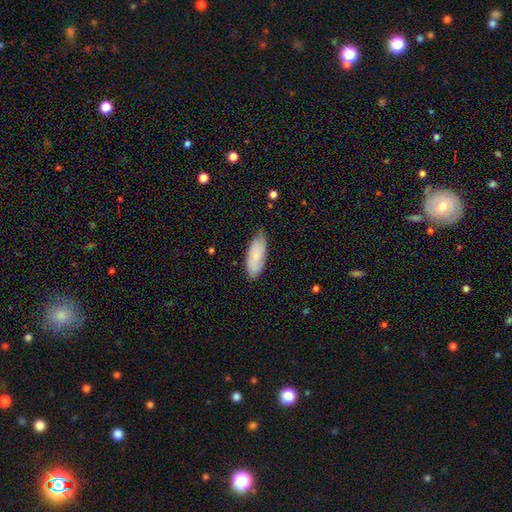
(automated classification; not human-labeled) This appears to be a smooth galaxy with no disk features (73%) that is in between round and cigar-shaped (79%). Merging: none (69%).